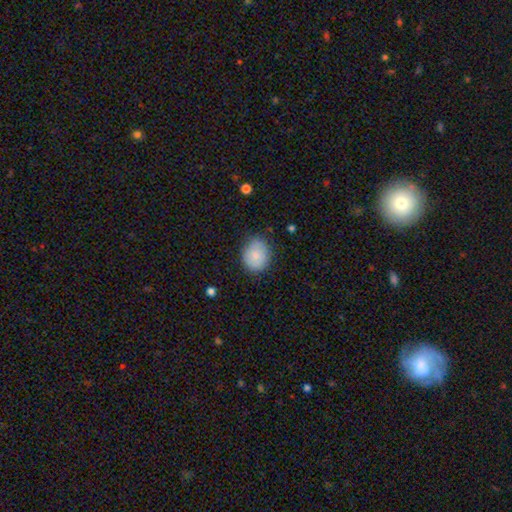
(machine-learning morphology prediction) Overall: smooth (82%). How rounded: round (57%; in between 43%). Merging: none (76%).